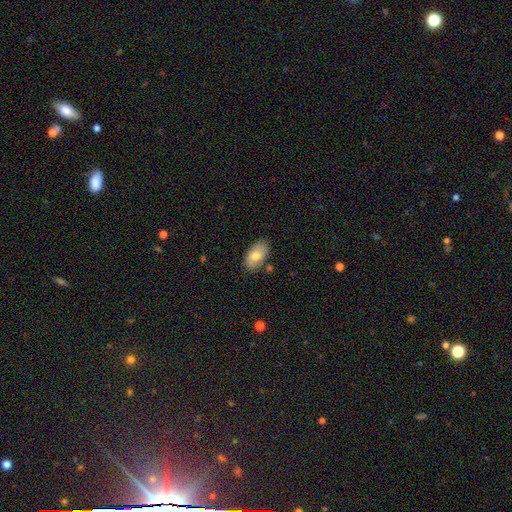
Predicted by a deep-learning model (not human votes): A smooth galaxy with no disk features (74%) that is in between round and cigar-shaped (93%). Merging: none (78%).